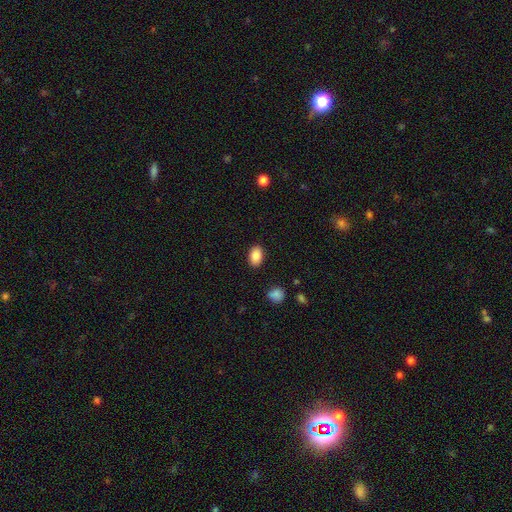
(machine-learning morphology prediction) A smooth galaxy with no disk features (86%) that is in between round and cigar-shaped (87%).

Vote fractions:
- Smooth or featured? smooth: 86% / star or artifact: 8% / featured or disk: 7%
- How rounded? in between: 87% / round: 12% / cigar-shaped: 1%
- Merging? none: 89% / minor disturbance: 8% / major disturbance: 2% / merger: 1%